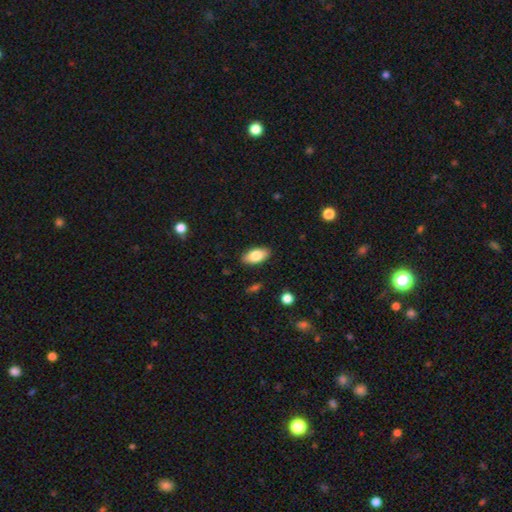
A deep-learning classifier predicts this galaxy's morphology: Overall: smooth (82%). How rounded: in between (92%). Merging: none (88%).